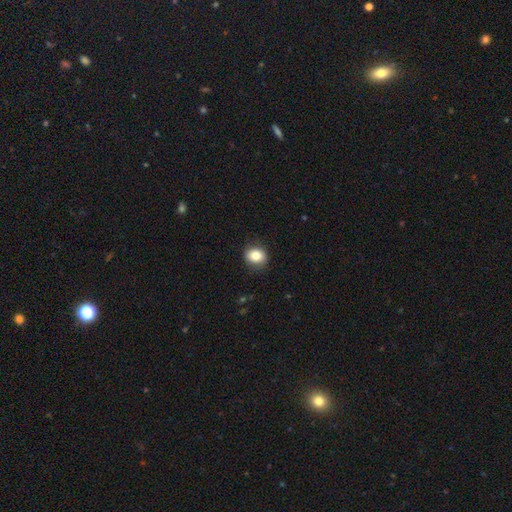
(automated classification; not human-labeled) Overall: smooth (83%). How rounded: round (63%; in between 36%). Merging: none (85%).